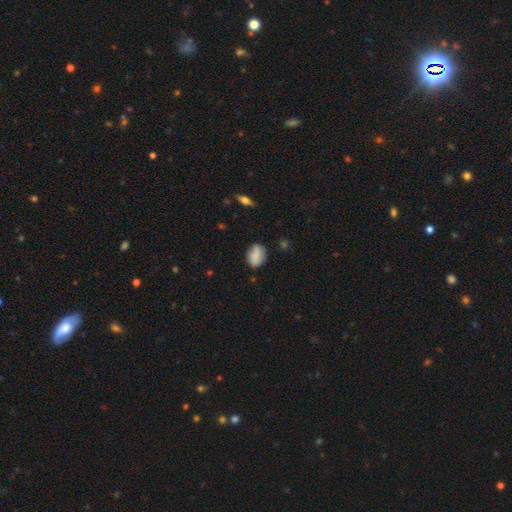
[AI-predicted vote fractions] smooth_or_featured: smooth (p=0.76) [alt: featured or disk p=0.15]
how_rounded: in between (p=0.75) [alt: round p=0.23]
merging: none (p=0.71) [alt: minor disturbance p=0.21]